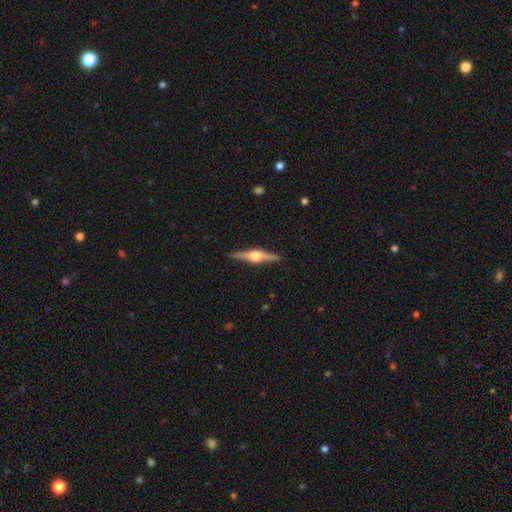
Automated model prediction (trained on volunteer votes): Overall: featured or disk (79%). Edge-on disk: yes (98%). Edge-on bulge: rounded (91%). Merging: none (90%).